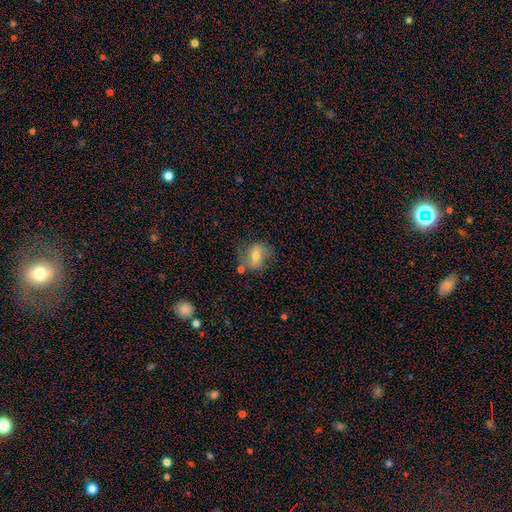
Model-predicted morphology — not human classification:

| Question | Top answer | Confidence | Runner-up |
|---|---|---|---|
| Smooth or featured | smooth | 49% | featured or disk (43%) |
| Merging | none | 59% | minor disturbance (23%) |